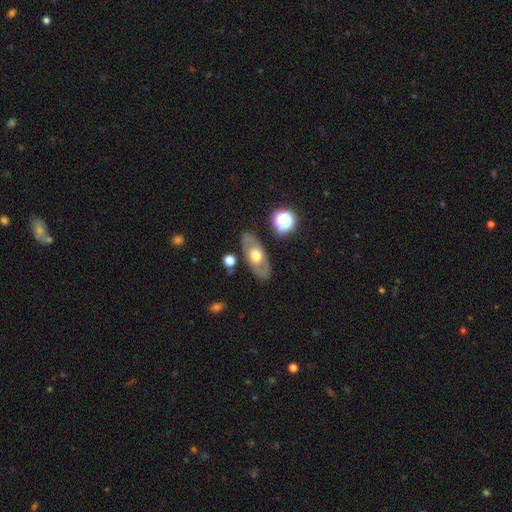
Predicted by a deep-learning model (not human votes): smooth-or-featured: featured or disk: 51% | smooth: 43% | star or artifact: 7%
  disk-edge-on: no: 76% | yes: 24%
  merging: none: 84% | minor disturbance: 10% | major disturbance: 3% | merger: 2%